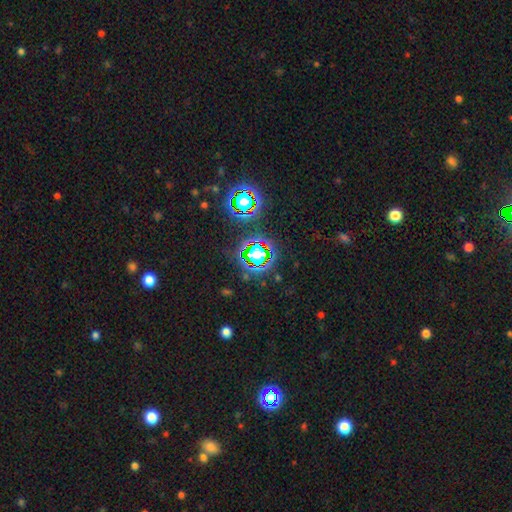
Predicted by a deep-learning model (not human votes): Smooth or featured: star or artifact — 77% (smooth — 14%)